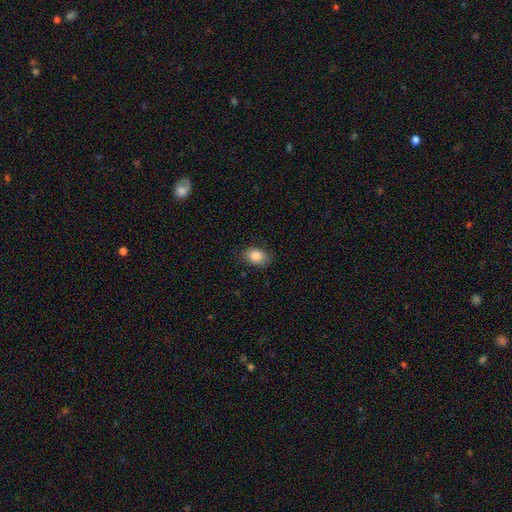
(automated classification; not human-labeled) This appears to be a smooth galaxy with no disk features (86%) that is in between round and cigar-shaped (76%). Merging: none (81%).